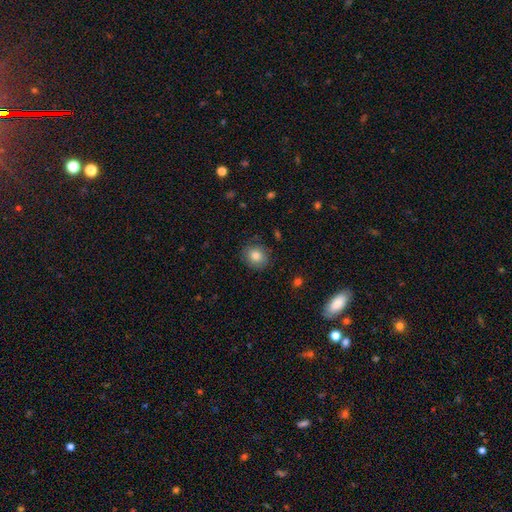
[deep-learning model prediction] A smooth galaxy with no disk features (82%) that is round (78%). Merging: none (86%).